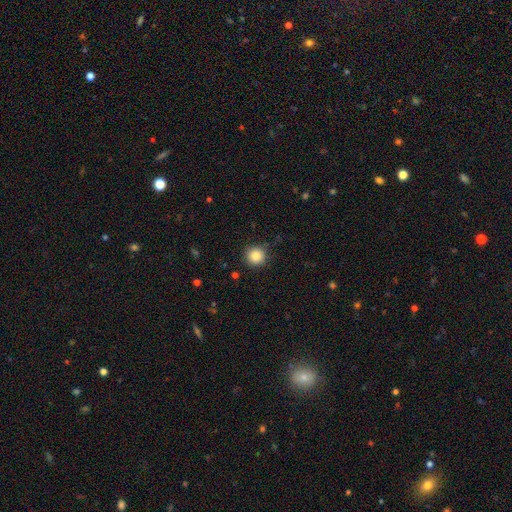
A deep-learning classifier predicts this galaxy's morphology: A smooth galaxy with no disk features (84%) that is round (95%). Merging: none (88%).